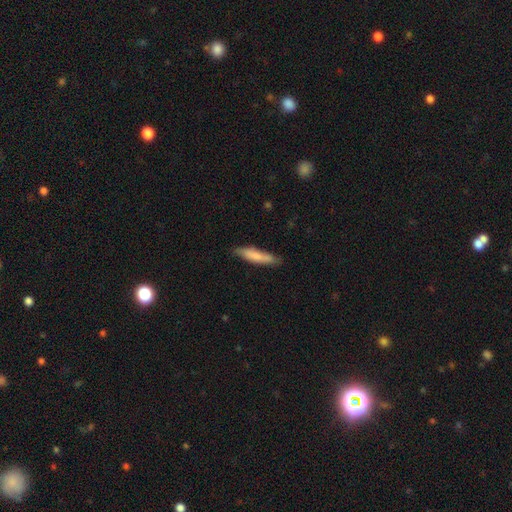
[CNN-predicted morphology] Overall: smooth (77%). How rounded: cigar-shaped (82%). Merging: none (79%).